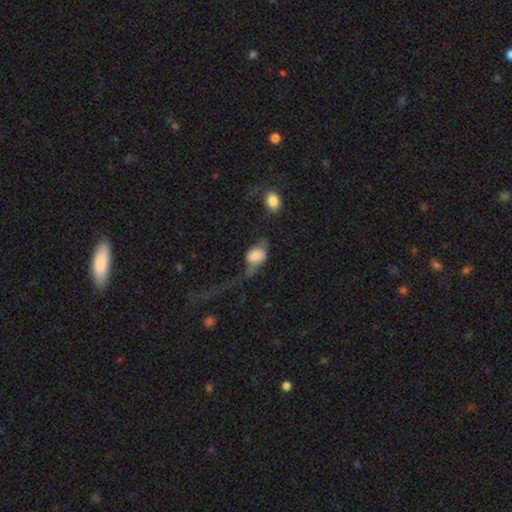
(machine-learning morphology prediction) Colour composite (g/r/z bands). It shows a smooth galaxy with no disk features (66%) that is in between round and cigar-shaped (76%). Merging: major disturbance (53%).